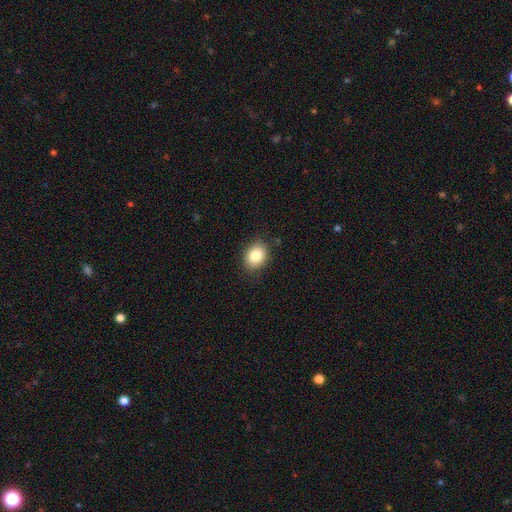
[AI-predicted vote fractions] smooth 84%, star or artifact 9%, featured or disk 7%. Down the decision tree: how rounded — in between (57%); merging — none (85%).